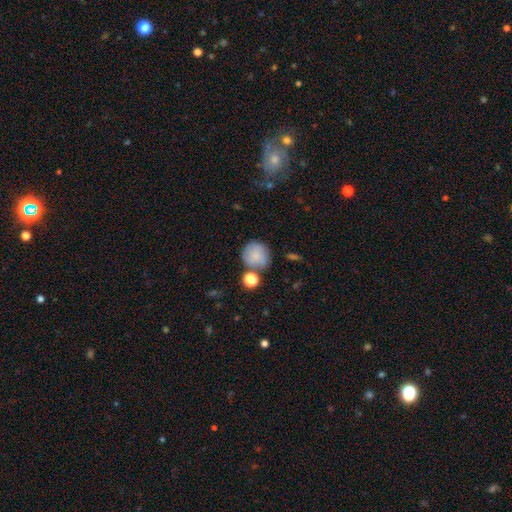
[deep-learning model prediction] Morphology: type=smooth (80%); roundness=round (89%); merging=none (60%).